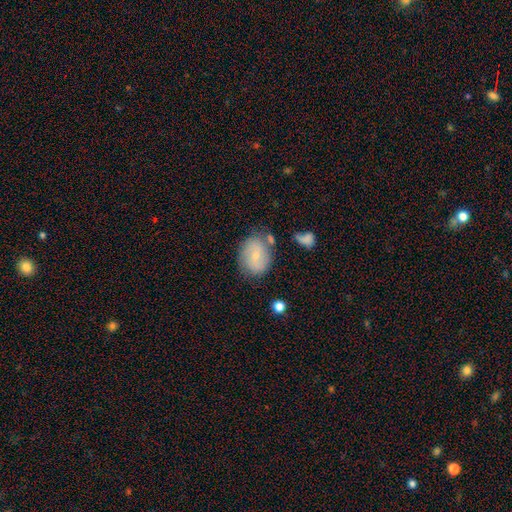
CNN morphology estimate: Overall: smooth (60%; featured or disk 32%). How rounded: in between (58%; round 41%). Merging: none (68%).